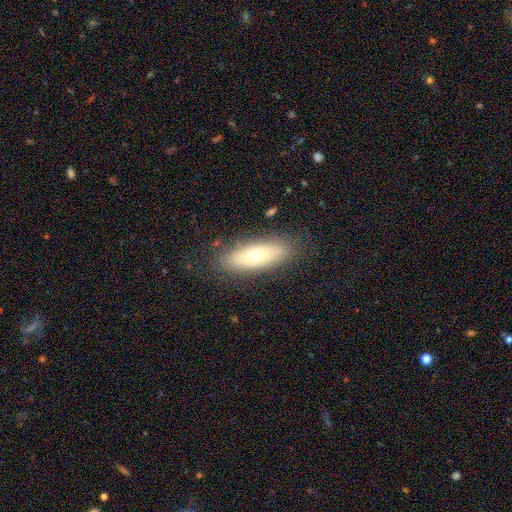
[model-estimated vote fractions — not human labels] Smooth or featured? Predicted: smooth (p=0.62). How rounded? Predicted: in between (p=0.60). Merging? Predicted: none (p=0.84).